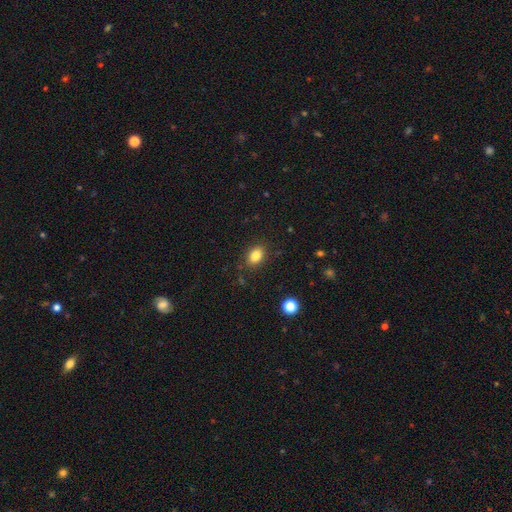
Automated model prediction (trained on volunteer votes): The model was most divided on "how rounded": in between: 79%, round: 20%, cigar-shaped: 1%. More confident: merging — none (85%); smooth or featured — smooth (84%).